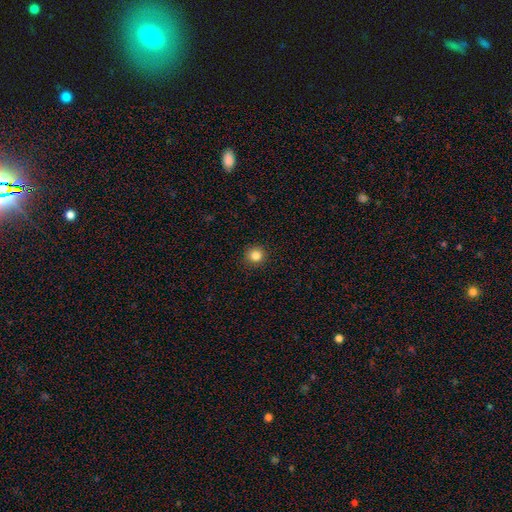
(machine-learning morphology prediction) Smooth or featured? smooth (84%)
How rounded? round (93%)
Merging? none (92%)